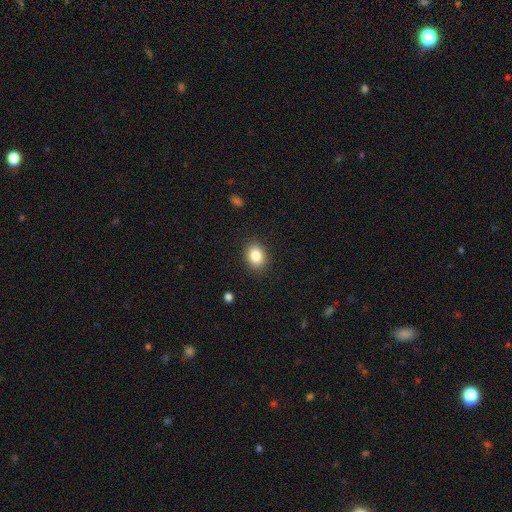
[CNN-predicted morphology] Overall: smooth (85%). How rounded: in between (55%; round 45%). Merging: none (88%).